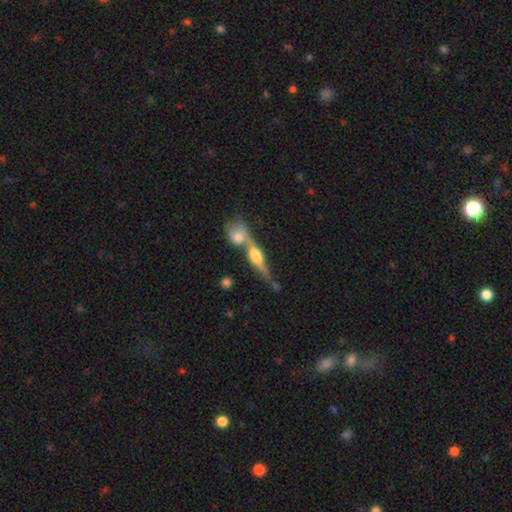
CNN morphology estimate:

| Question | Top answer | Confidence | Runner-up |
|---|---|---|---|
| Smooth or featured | featured or disk | 66% | smooth (27%) |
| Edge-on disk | yes | 87% | no (13%) |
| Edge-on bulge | rounded | 90% | boxy (7%) |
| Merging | merger | 49% | none (37%) |